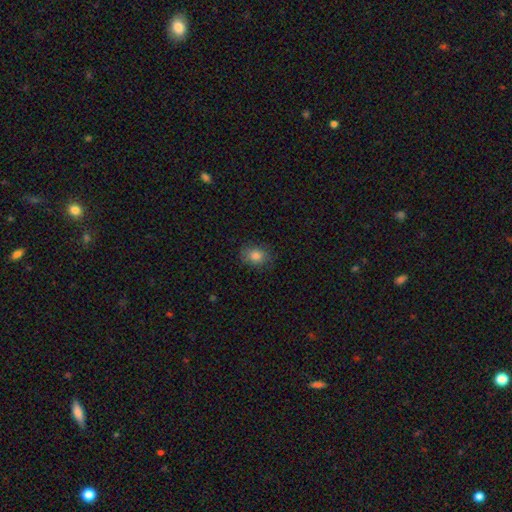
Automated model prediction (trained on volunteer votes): A smooth galaxy with no disk features (83%) that is in between round and cigar-shaped (55%).

Vote fractions:
- Smooth or featured? smooth: 83% / star or artifact: 10% / featured or disk: 7%
- How rounded? in between: 55% / round: 44% / cigar-shaped: 1%
- Merging? none: 81% / minor disturbance: 14% / major disturbance: 3% / merger: 1%